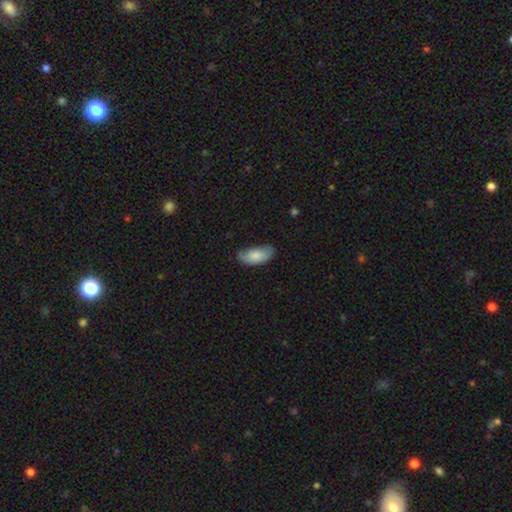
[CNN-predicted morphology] Smooth or featured? Predicted: smooth (p=0.76). How rounded? Predicted: in between (p=0.92). Merging? Predicted: none (p=0.62).